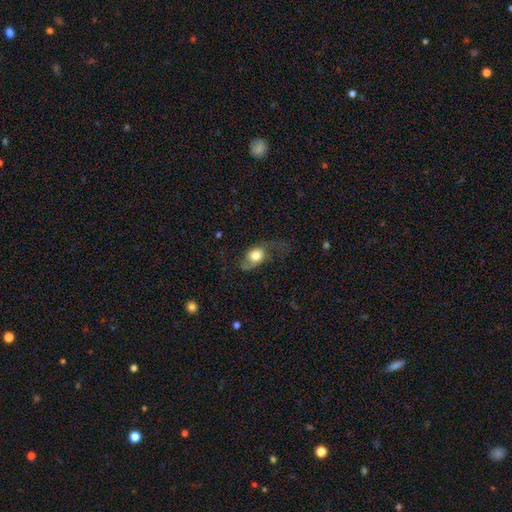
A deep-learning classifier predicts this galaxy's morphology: Smooth or featured? smooth (57%)
How rounded? in between (69%)
Merging? major disturbance (40%)